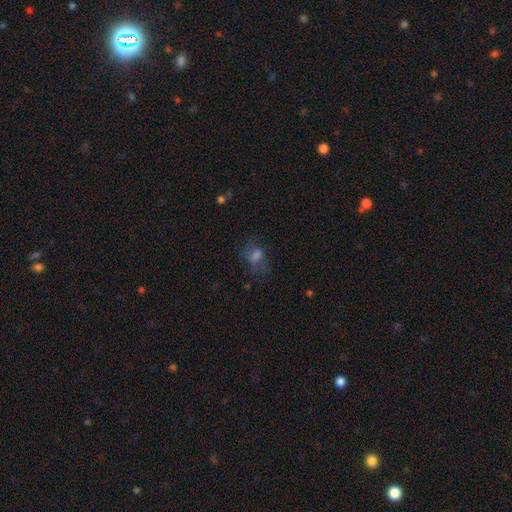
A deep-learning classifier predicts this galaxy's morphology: smooth_or_featured: smooth (p=0.53) [alt: featured or disk p=0.25]
how_rounded: in between (p=0.71) [alt: round p=0.25]
merging: none (p=0.57) [alt: minor disturbance p=0.20]